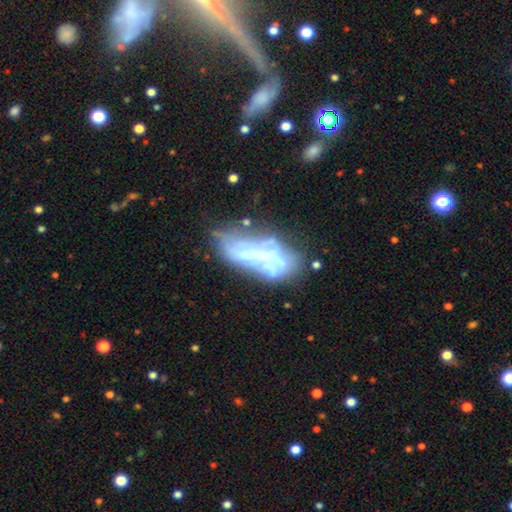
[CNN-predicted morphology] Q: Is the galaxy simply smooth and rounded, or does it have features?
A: featured or disk — 62%.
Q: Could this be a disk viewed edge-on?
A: no — 85%.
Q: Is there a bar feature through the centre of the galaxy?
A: no — 57%.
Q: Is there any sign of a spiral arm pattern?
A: no — 70%.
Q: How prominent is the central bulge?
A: none — 38%.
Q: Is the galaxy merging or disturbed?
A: none — 42%.